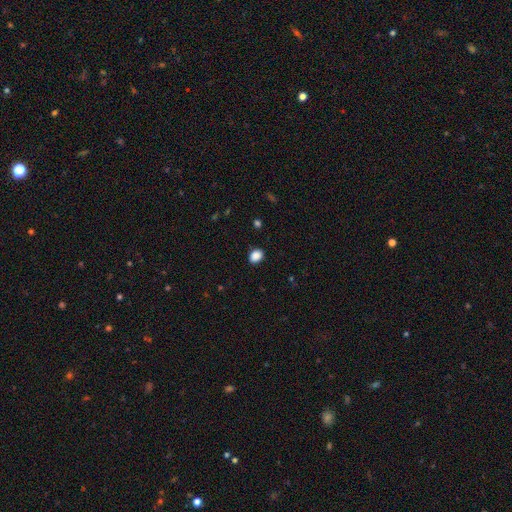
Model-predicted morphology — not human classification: Smooth or featured: smooth — 89% (star or artifact — 9%)
How rounded: in between — 64% (round — 35%)
Merging: none — 88% (minor disturbance — 9%)